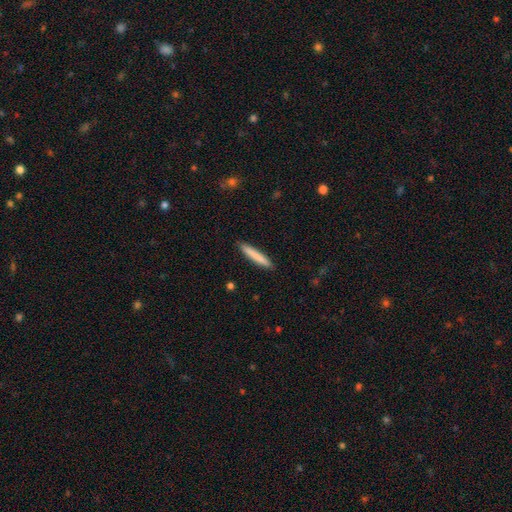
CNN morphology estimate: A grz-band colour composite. It shows a smooth galaxy with no disk features (79%) that is cigar-shaped (94%). Merging: none (91%).